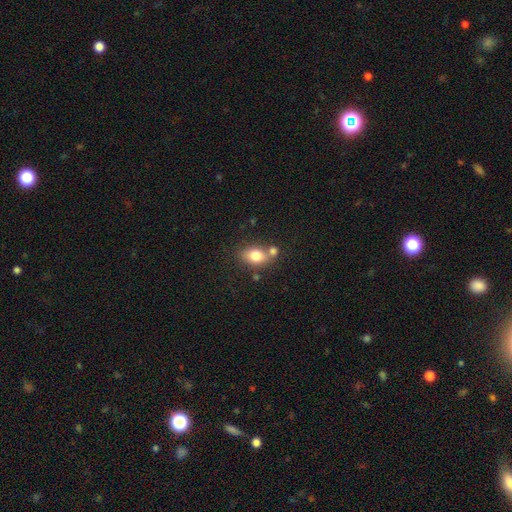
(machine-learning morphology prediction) Smooth or featured? smooth (79%)
How rounded? in between (71%)
Merging? none (51%)